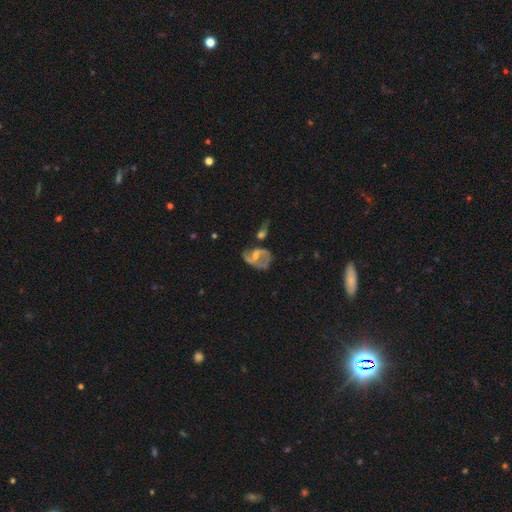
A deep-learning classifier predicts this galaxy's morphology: A featured or disk galaxy (67%) with no bar (46%), spiral arms (66%) and a moderate central bulge (48%).

Vote fractions:
- Smooth or featured? featured or disk: 67% / smooth: 22% / star or artifact: 10%
- Edge-on disk? no: 97% / yes: 3%
- Bar? no: 46% / weak: 40% / strong: 14%
- Spiral arms? yes: 66% / no: 34%
- Bulge size? moderate: 48% / small: 35% / none: 10% / large: 5% / dominant: 2%
- Merging? none: 34% / major disturbance: 24% / merger: 23% / minor disturbance: 19%